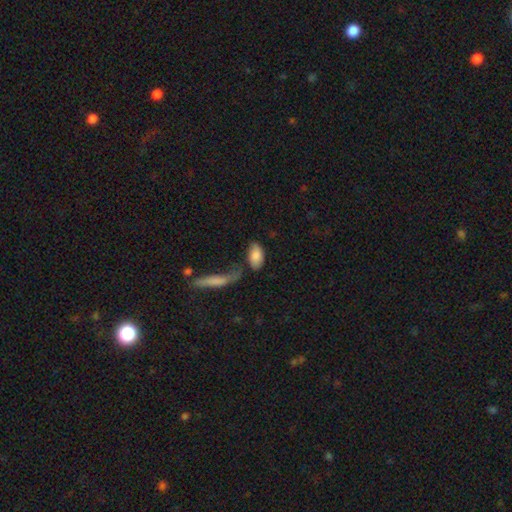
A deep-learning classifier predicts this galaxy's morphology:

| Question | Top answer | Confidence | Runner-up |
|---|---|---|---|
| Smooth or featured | smooth | 83% | featured or disk (10%) |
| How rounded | in between | 91% | cigar-shaped (5%) |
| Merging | none | 60% | minor disturbance (18%) |